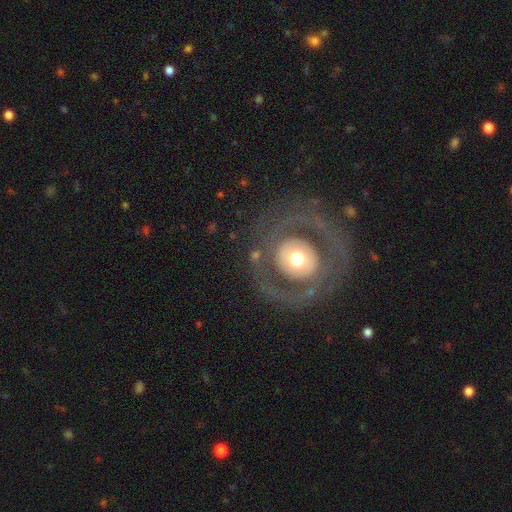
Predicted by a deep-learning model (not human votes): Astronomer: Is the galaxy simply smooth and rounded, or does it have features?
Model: featured or disk — 66%.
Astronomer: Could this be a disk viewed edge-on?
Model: no — 96%.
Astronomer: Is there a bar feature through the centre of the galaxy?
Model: no — 77%.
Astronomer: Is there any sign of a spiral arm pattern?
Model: no — 55% (runner-up: yes, 45%).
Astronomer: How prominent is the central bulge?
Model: moderate — 62%.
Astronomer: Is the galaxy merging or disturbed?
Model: none — 75%.